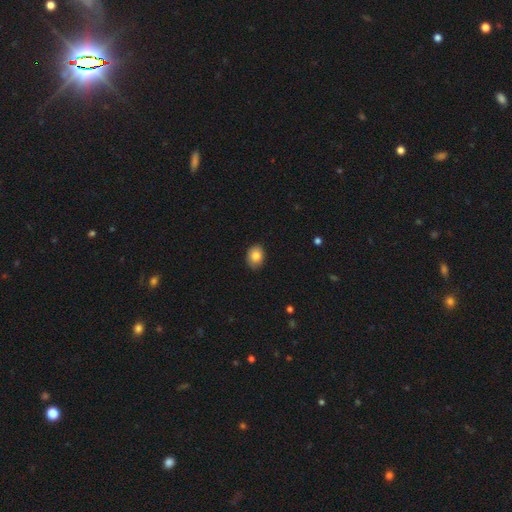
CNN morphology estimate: Overall: smooth (84%). How rounded: in between (61%; round 38%). Merging: none (87%).